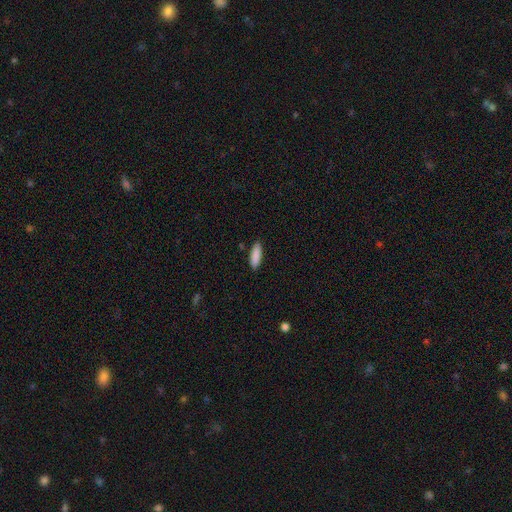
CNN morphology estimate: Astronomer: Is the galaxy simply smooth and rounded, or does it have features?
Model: smooth — 89%.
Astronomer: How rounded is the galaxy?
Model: in between — 53% (runner-up: cigar-shaped, 46%).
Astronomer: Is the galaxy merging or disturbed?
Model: none — 87%.